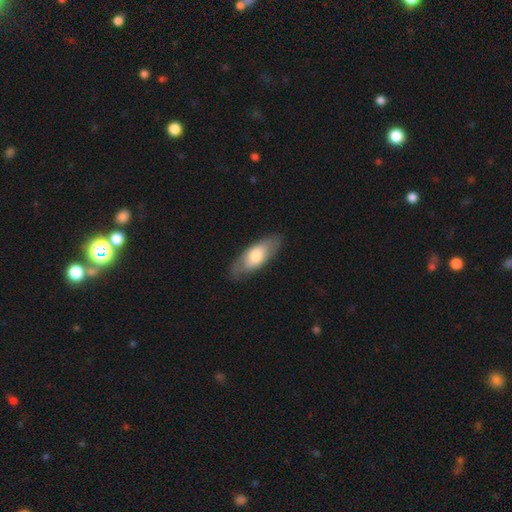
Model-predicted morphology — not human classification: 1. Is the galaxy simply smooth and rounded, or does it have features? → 64% smooth, 31% featured or disk, 5% star or artifact.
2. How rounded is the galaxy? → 80% in between, 18% cigar-shaped, 3% round.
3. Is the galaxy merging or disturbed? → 81% none, 14% minor disturbance, 3% major disturbance, 1% merger.